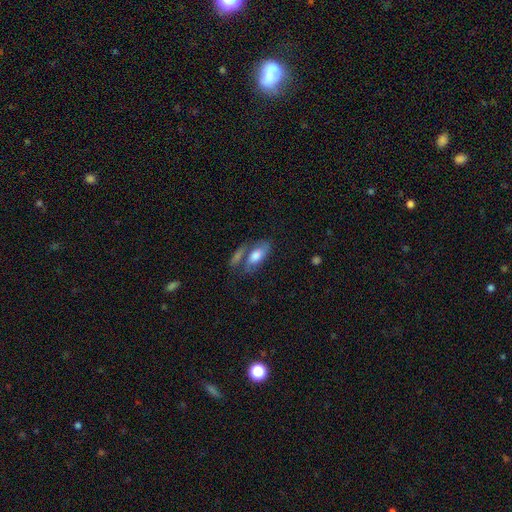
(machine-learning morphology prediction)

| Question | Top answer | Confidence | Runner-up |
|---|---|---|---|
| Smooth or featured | smooth | 61% | featured or disk (32%) |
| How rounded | in between | 84% | cigar-shaped (12%) |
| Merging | none | 43% | merger (27%) |